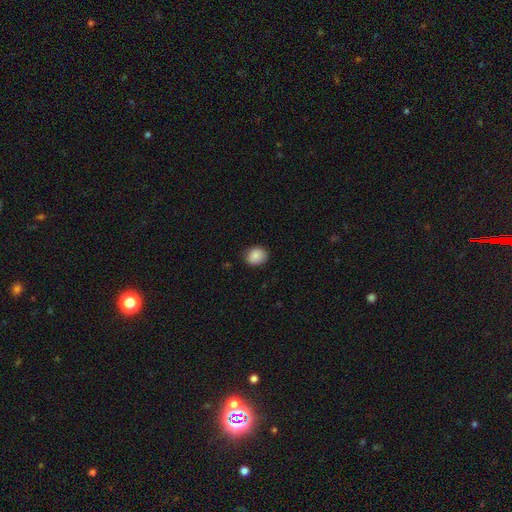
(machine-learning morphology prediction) Smooth or featured: smooth — 88% (star or artifact — 8%)
How rounded: round — 65% (in between — 34%)
Merging: none — 83% (minor disturbance — 13%)